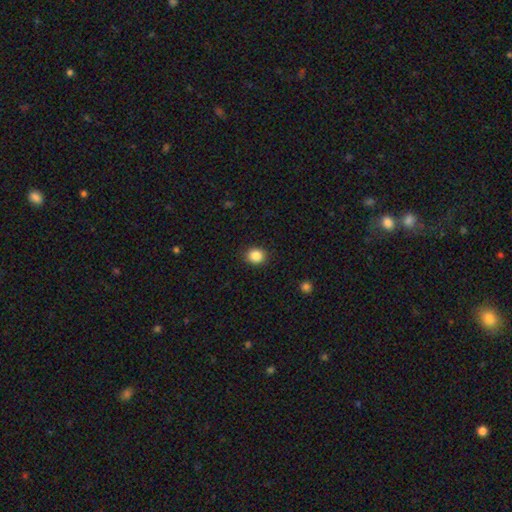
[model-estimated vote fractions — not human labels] smooth-or-featured: smooth: 86% | star or artifact: 10% | featured or disk: 4%
  how-rounded: round: 77% | in between: 22% | cigar-shaped: 1%
  merging: none: 90% | minor disturbance: 7% | major disturbance: 2% | merger: 1%